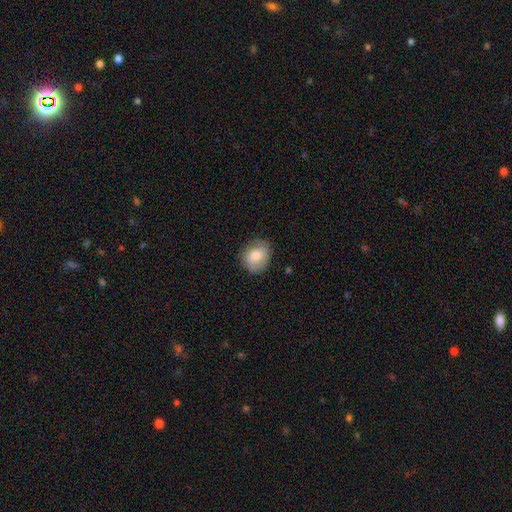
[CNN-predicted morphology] smooth_or_featured: smooth (p=0.74) [alt: featured or disk p=0.18]
how_rounded: round (p=0.65) [alt: in between p=0.34]
merging: none (p=0.79) [alt: minor disturbance p=0.16]